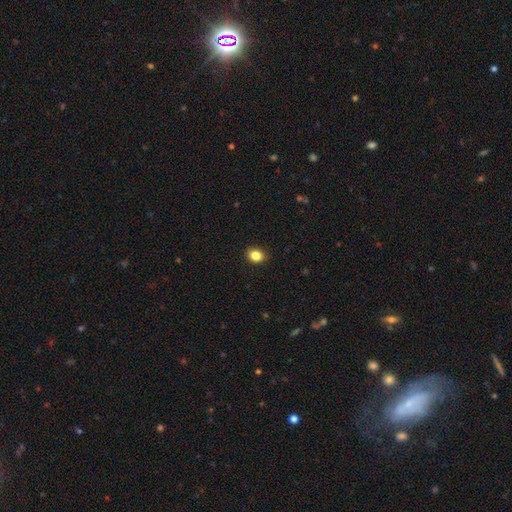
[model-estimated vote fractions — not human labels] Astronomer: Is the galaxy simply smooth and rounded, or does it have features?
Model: smooth — 85%.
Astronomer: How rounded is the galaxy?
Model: round — 54% (runner-up: in between, 45%).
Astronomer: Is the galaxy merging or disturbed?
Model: none — 91%.